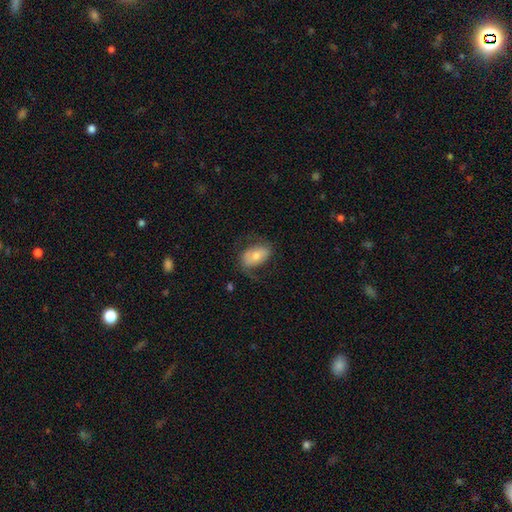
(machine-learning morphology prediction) Q: Smooth or featured?
A: smooth (58%); runner-up: featured or disk (35%)
Q: How rounded?
A: in between (90%); runner-up: round (8%)
Q: Merging?
A: none (62%); runner-up: minor disturbance (22%)